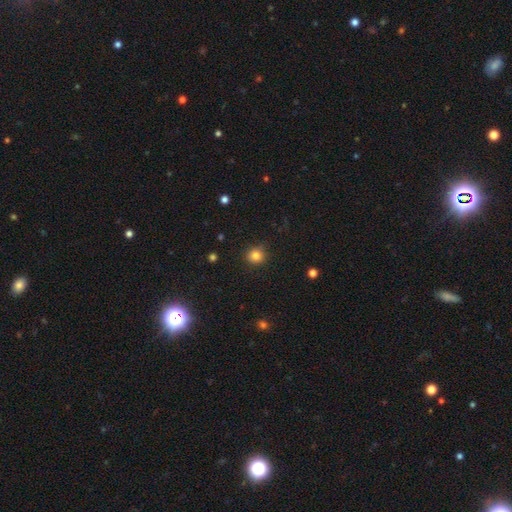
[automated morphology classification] This appears to be a smooth galaxy with no disk features (82%) that is round (88%). Merging: none (87%).